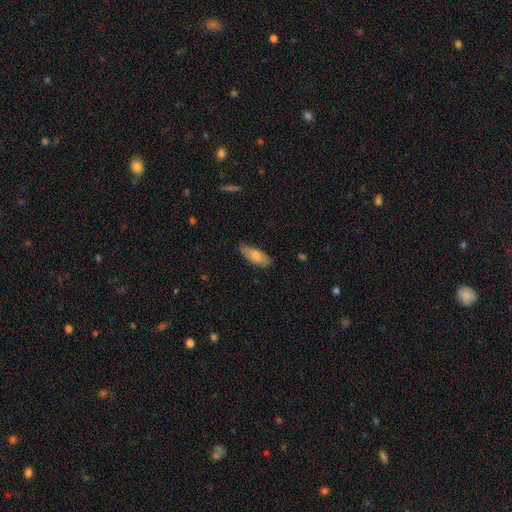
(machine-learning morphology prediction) Smooth or featured? smooth (78%)
How rounded? in between (77%)
Merging? none (79%)